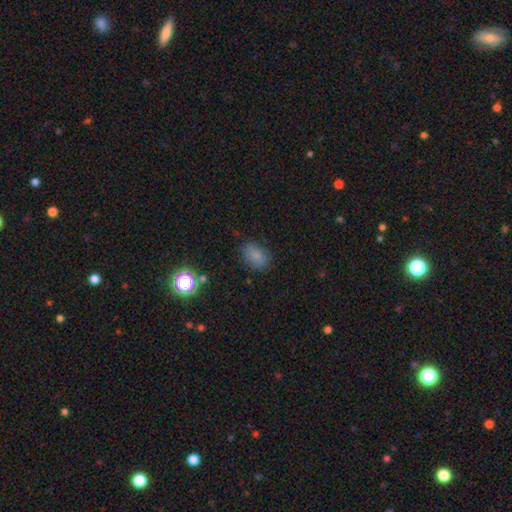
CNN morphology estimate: smooth-or-featured: smooth: 80% | star or artifact: 12% | featured or disk: 8%
  how-rounded: in between: 80% | round: 18% | cigar-shaped: 2%
  merging: none: 79% | minor disturbance: 15% | major disturbance: 4% | merger: 2%